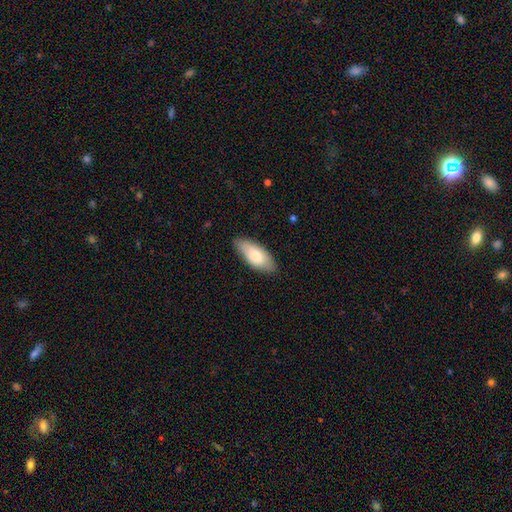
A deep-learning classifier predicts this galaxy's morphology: smooth-or-featured: smooth: 76% | featured or disk: 18% | star or artifact: 6%
  how-rounded: in between: 84% | cigar-shaped: 14% | round: 2%
  merging: none: 84% | minor disturbance: 13% | major disturbance: 2% | merger: 1%